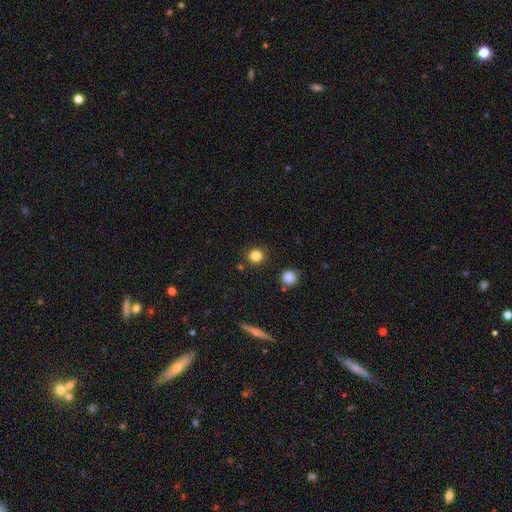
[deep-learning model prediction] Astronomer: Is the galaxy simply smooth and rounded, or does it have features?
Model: smooth — 83%.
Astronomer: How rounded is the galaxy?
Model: round — 92%.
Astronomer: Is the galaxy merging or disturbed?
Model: none — 89%.